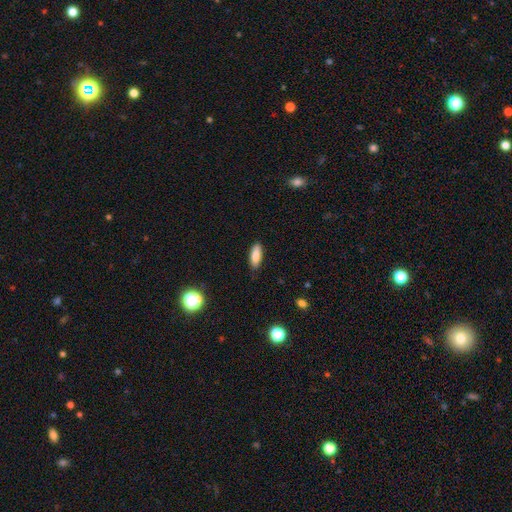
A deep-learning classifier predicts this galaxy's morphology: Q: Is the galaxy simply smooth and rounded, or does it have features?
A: smooth — 85%.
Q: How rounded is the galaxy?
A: in between — 65%.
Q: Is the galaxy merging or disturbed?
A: none — 84%.